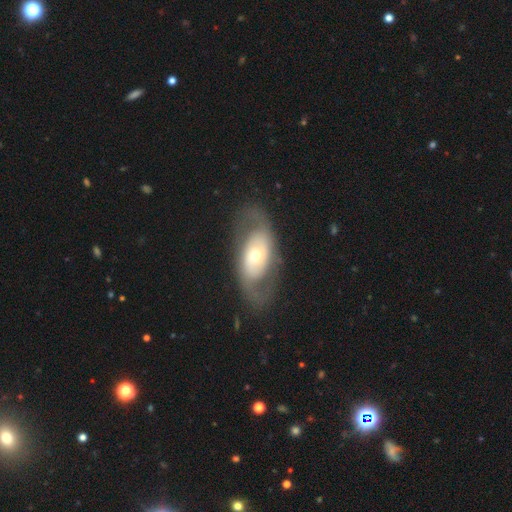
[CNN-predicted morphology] smooth_or_featured: featured or disk (p=0.71) [alt: smooth p=0.23]
disk_edge_on: no (p=0.92) [alt: yes p=0.08]
bar: no (p=0.69) [alt: weak p=0.20]
has_spiral_arms: yes (p=0.66) [alt: no p=0.34]
bulge_size: moderate (p=0.52) [alt: small p=0.36]
merging: none (p=0.74) [alt: minor disturbance p=0.14]